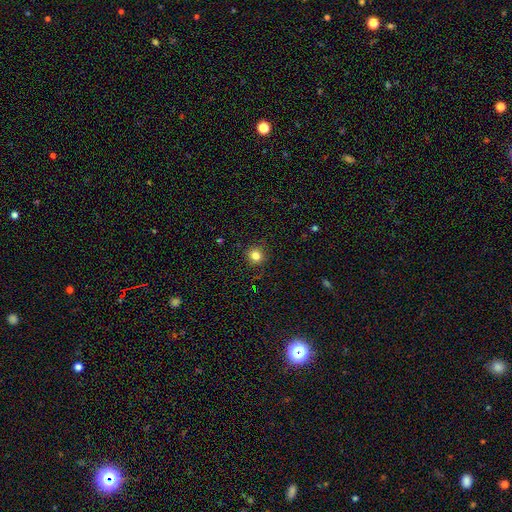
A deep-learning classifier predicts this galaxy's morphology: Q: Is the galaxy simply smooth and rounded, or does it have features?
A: smooth — 82%.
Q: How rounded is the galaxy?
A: round — 92%.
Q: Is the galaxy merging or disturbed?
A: none — 90%.